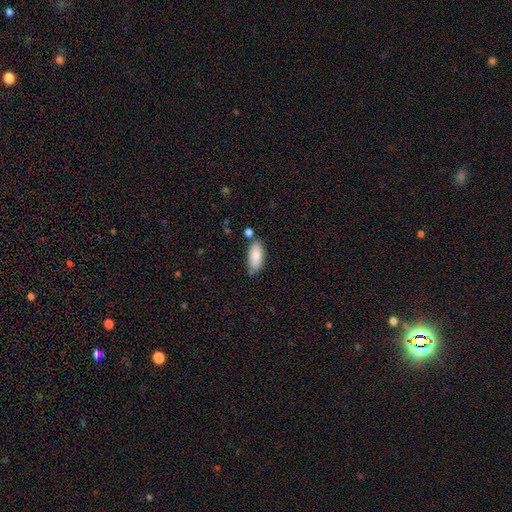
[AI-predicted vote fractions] Q: Smooth or featured?
A: smooth (84%); runner-up: featured or disk (10%)
Q: How rounded?
A: in between (87%); runner-up: cigar-shaped (11%)
Q: Merging?
A: none (73%); runner-up: minor disturbance (17%)